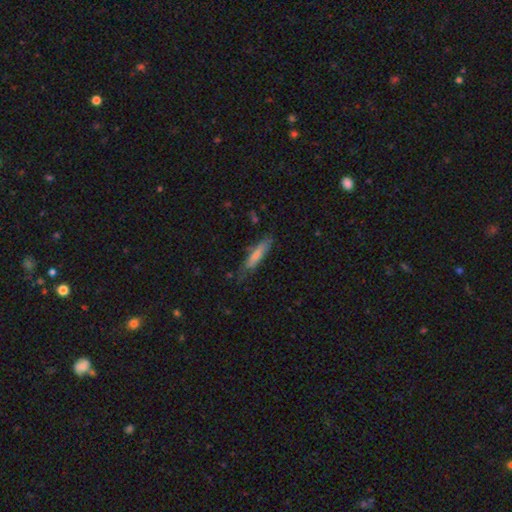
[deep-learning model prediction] Q: Smooth or featured?
A: smooth (68%); runner-up: featured or disk (26%)
Q: How rounded?
A: cigar-shaped (84%); runner-up: in between (15%)
Q: Merging?
A: none (73%); runner-up: minor disturbance (21%)